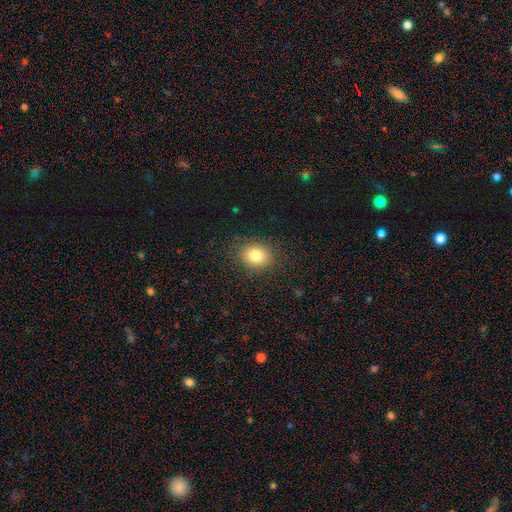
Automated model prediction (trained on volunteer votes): smooth-or-featured: smooth: 81% | star or artifact: 11% | featured or disk: 8%
  how-rounded: round: 58% | in between: 41% | cigar-shaped: 1%
  merging: none: 86% | minor disturbance: 9% | major disturbance: 3% | merger: 1%